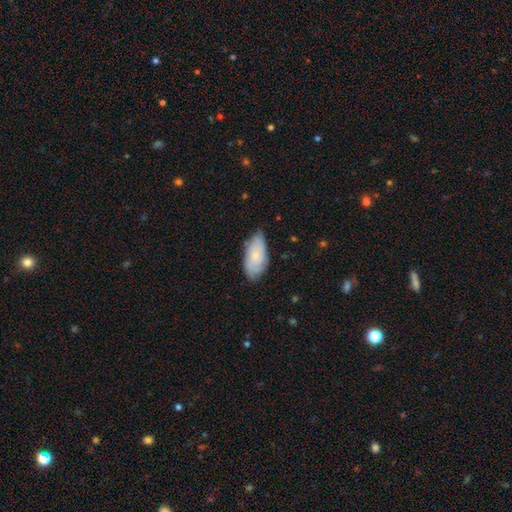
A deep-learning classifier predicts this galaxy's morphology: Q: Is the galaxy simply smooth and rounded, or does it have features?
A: smooth — 57%.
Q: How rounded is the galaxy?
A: in between — 92%.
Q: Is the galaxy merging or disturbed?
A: none — 70%.